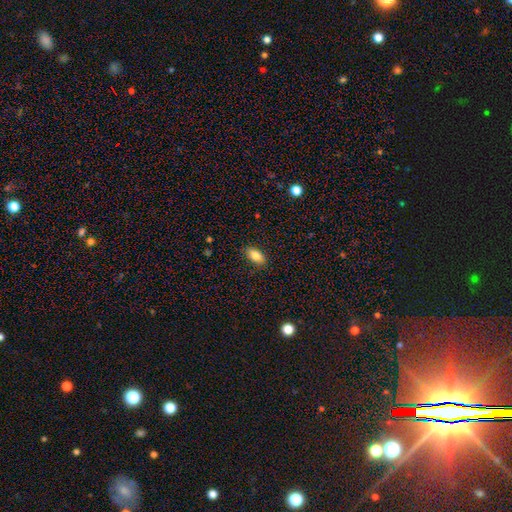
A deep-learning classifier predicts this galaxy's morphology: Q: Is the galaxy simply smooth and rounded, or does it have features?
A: smooth — 80%.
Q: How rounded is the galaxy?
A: in between — 88%.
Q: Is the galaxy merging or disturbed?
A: none — 87%.